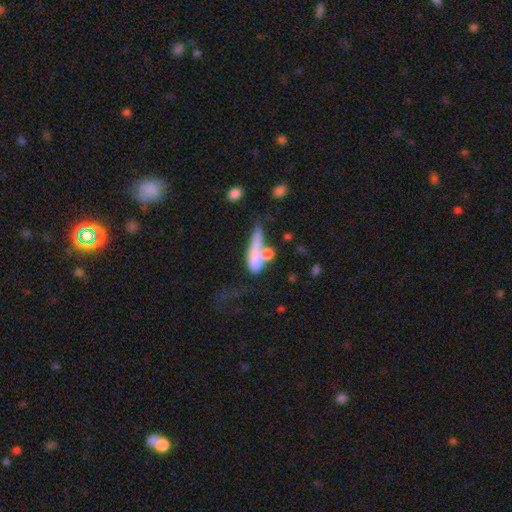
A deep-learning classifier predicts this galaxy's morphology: Smooth or featured? Predicted: smooth (p=0.61). How rounded? Predicted: cigar-shaped (p=0.50). Merging? Predicted: merger (p=0.42).